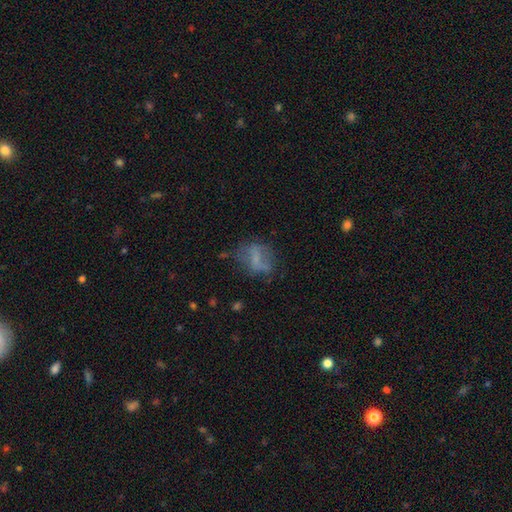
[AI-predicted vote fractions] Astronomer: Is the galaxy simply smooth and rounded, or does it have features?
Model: smooth — 50% (runner-up: featured or disk, 37%).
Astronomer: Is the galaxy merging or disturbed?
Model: none — 53%.